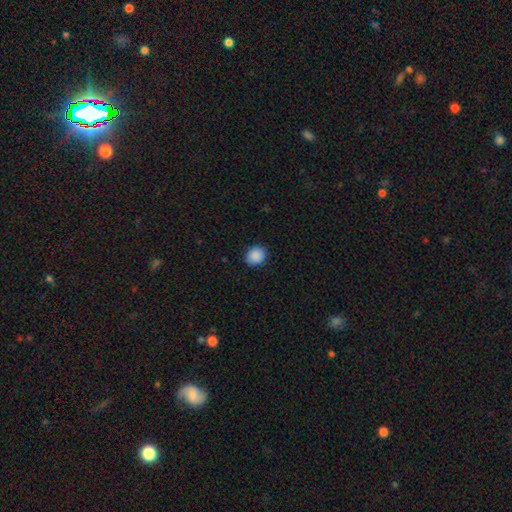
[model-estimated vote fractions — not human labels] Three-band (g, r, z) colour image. It shows a smooth galaxy with no disk features (90%) that is round (66%). Merging: none (88%).